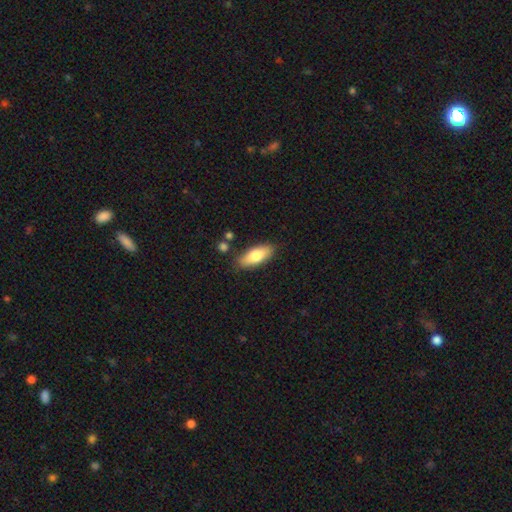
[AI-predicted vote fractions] Q: Smooth or featured?
A: smooth (76%); runner-up: featured or disk (18%)
Q: How rounded?
A: in between (77%); runner-up: cigar-shaped (20%)
Q: Merging?
A: none (82%); runner-up: minor disturbance (12%)